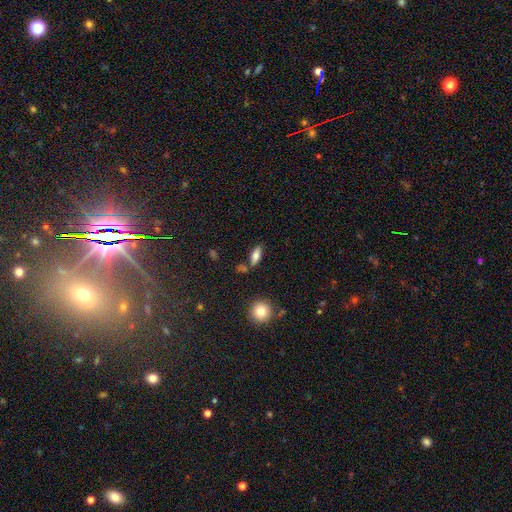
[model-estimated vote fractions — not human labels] smooth-or-featured: smooth: 69% | featured or disk: 22% | star or artifact: 9%
  how-rounded: in between: 65% | cigar-shaped: 31% | round: 4%
  merging: none: 75% | minor disturbance: 13% | merger: 8% | major disturbance: 4%